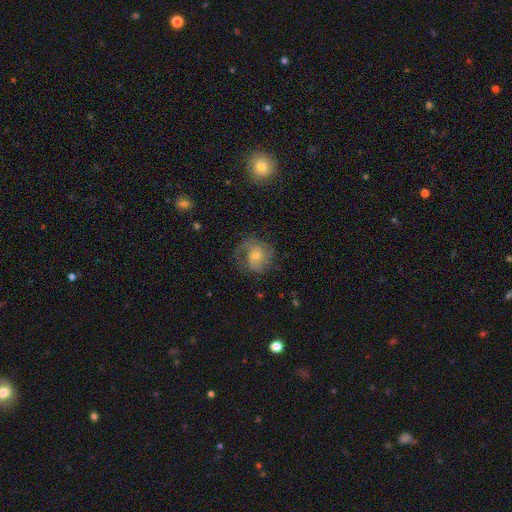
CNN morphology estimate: Q: Smooth or featured?
A: featured or disk (66%); runner-up: smooth (23%)
Q: Edge-on disk?
A: no (97%); runner-up: yes (3%)
Q: Bar?
A: no (71%); runner-up: weak (25%)
Q: Spiral arms?
A: yes (90%); runner-up: no (10%)
Q: Spiral winding?
A: medium (44%); runner-up: tight (37%)
Q: Spiral arm count?
A: 2 (43%); runner-up: can't tell (24%)
Q: Bulge size?
A: moderate (48%); runner-up: small (45%)
Q: Merging?
A: none (65%); runner-up: minor disturbance (18%)